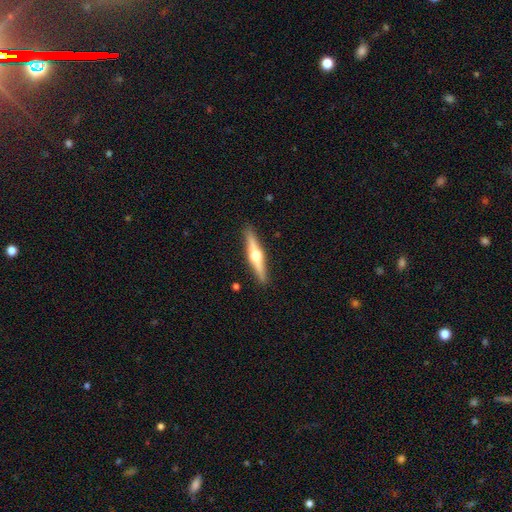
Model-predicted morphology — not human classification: This is likely a featured or disk galaxy (72%). It is clearly viewed edge-on (98%). Edge-on bulge: clearly rounded (95%). Merging: clearly none (91%).